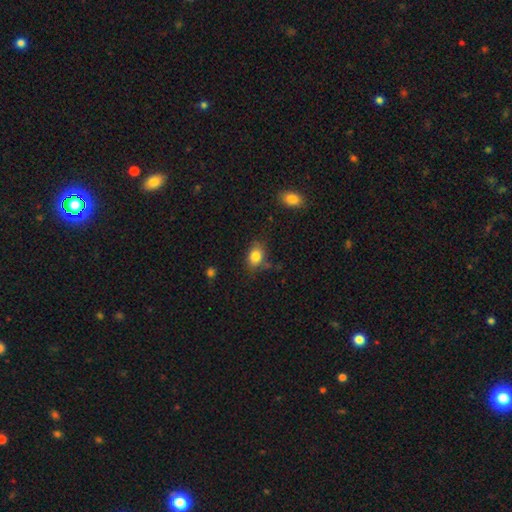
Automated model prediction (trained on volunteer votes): The model was most divided on "how rounded": in between: 71%, round: 28%, cigar-shaped: 2%. More confident: smooth or featured — smooth (83%); merging — none (71%).